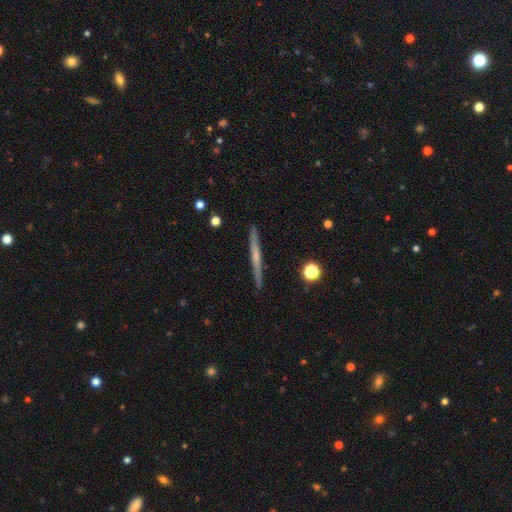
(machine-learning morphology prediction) smooth_or_featured: featured or disk (p=0.62) [alt: smooth p=0.32]
disk_edge_on: yes (p=0.98) [alt: no p=0.02]
edge_on_bulge: none (p=0.55) [alt: rounded p=0.39]
merging: none (p=0.91) [alt: minor disturbance p=0.07]